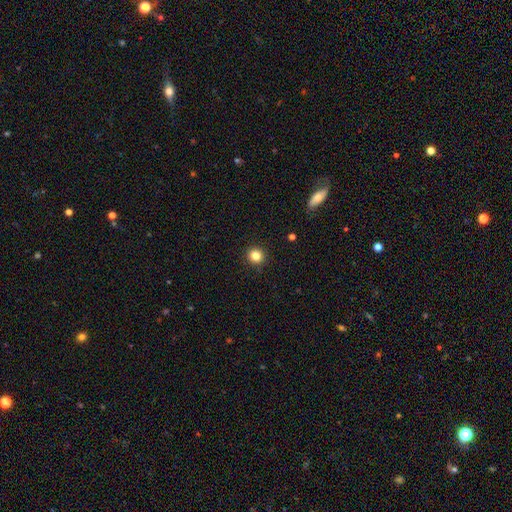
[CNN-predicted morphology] Smooth or featured: smooth — 83% (star or artifact — 12%)
How rounded: round — 93% (in between — 6%)
Merging: none — 93% (minor disturbance — 5%)